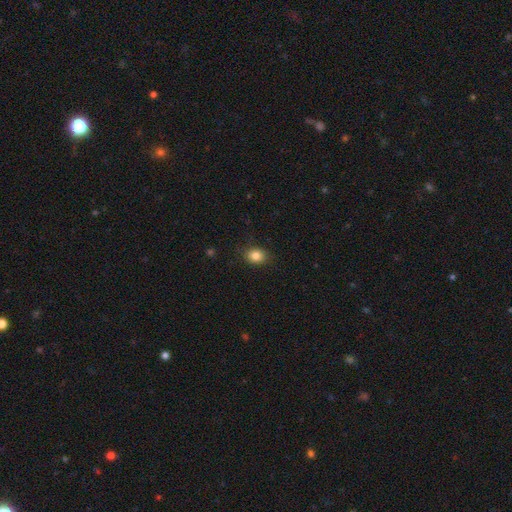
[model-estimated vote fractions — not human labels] The model was most divided on "how rounded": in between: 55%, round: 44%, cigar-shaped: 1%. More confident: merging — none (85%); smooth or featured — smooth (85%).